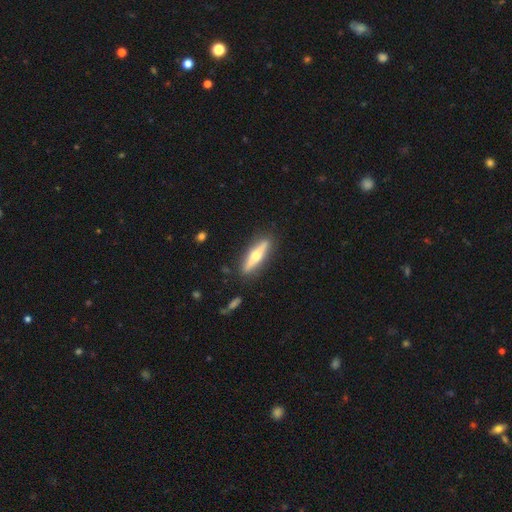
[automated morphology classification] Smooth or featured: featured or disk — 62% (smooth — 32%)
Edge-on disk: yes — 94% (no — 6%)
Edge-on bulge: rounded — 93% (none — 4%)
Merging: none — 88% (minor disturbance — 8%)